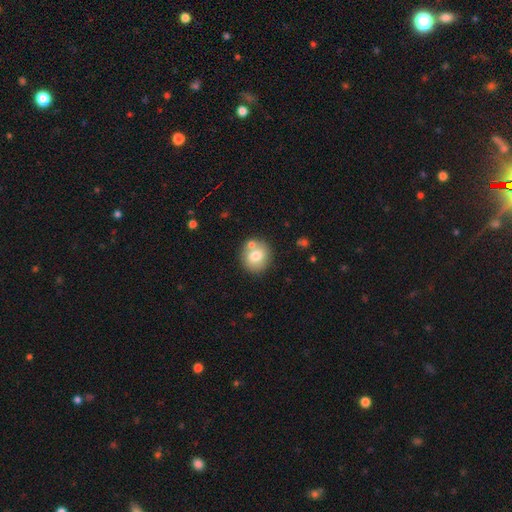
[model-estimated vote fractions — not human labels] A smooth galaxy with no disk features (73%) that is round (84%).

Vote fractions:
- Smooth or featured? smooth: 73% / featured or disk: 18% / star or artifact: 9%
- How rounded? round: 84% / in between: 15% / cigar-shaped: 1%
- Merging? none: 71% / merger: 16% / minor disturbance: 10% / major disturbance: 3%